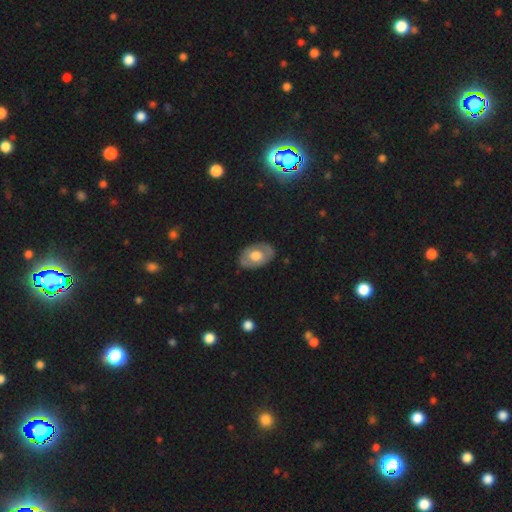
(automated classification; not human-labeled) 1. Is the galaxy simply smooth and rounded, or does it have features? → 50% smooth, 44% featured or disk, 6% star or artifact.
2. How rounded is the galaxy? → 84% in between, 14% round, 1% cigar-shaped.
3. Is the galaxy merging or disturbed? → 80% none, 15% minor disturbance, 4% major disturbance, 1% merger.